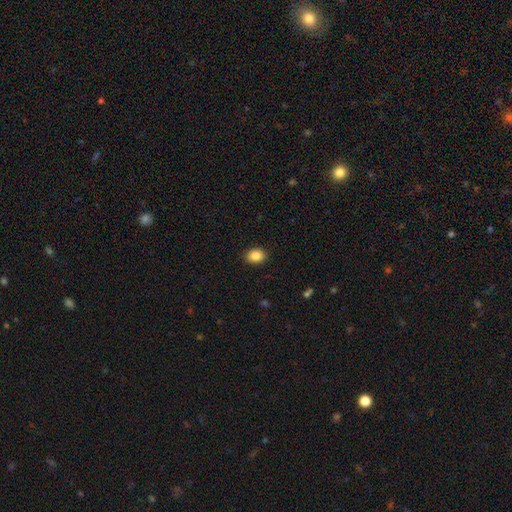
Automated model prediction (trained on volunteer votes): Smooth or featured? Predicted: smooth (p=0.87). How rounded? Predicted: in between (p=0.66). Merging? Predicted: none (p=0.89).